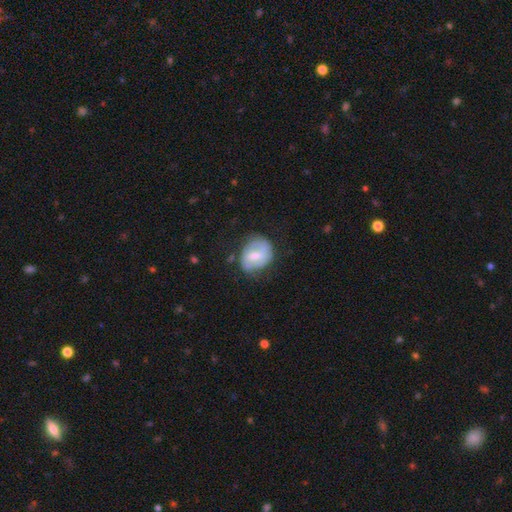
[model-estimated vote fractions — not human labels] Smooth or featured? featured or disk (48%)
Merging? none (57%)